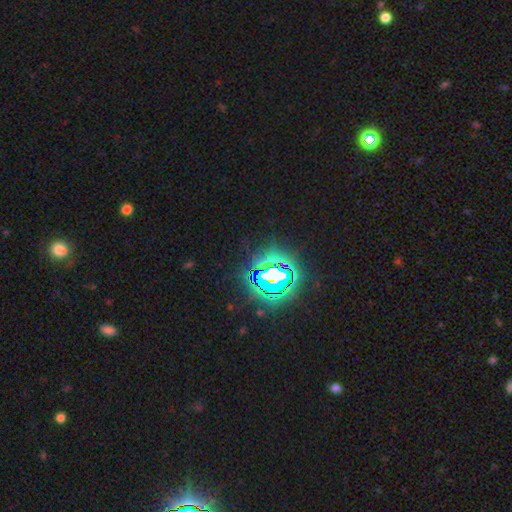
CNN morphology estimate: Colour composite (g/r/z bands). It shows a star or artifact, not a galaxy (80%).